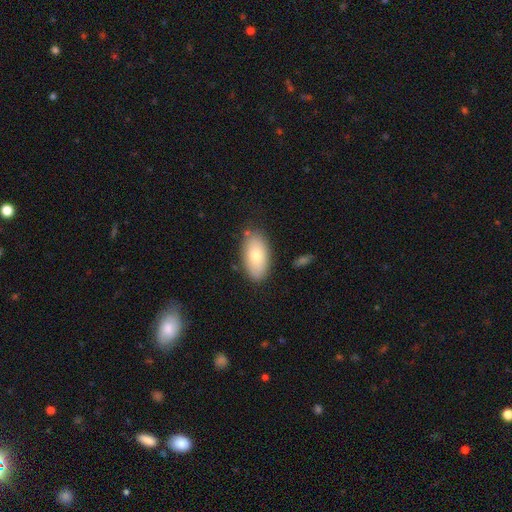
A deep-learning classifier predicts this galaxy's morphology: Smooth or featured: smooth — 74% (featured or disk — 20%)
How rounded: in between — 94% (round — 4%)
Merging: none — 80% (minor disturbance — 14%)